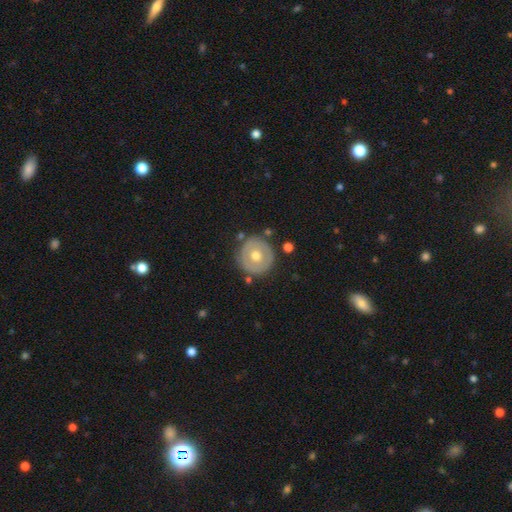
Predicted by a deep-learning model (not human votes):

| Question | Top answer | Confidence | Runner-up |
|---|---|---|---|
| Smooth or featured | smooth | 50% | featured or disk (44%) |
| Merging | none | 84% | minor disturbance (10%) |